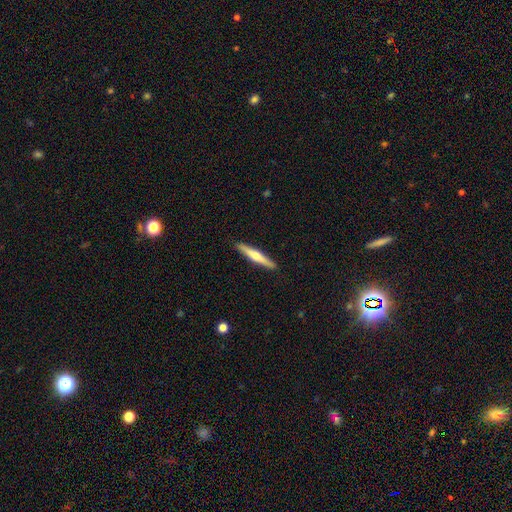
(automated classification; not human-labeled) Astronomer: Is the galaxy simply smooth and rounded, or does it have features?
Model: featured or disk — 52% (runner-up: smooth, 43%).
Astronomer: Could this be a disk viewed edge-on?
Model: yes — 96%.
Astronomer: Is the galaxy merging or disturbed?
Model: none — 91%.